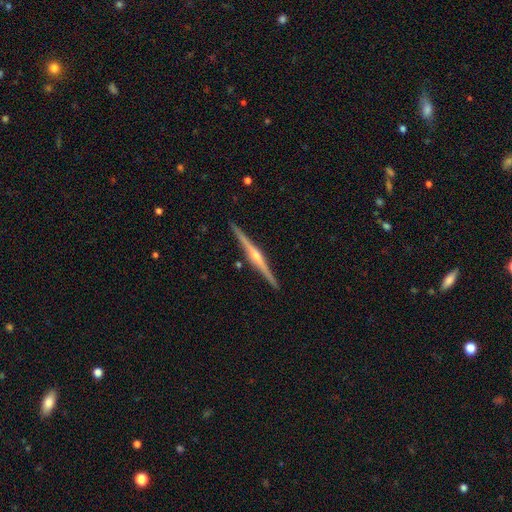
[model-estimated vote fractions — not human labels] smooth-or-featured: featured or disk: 86% | smooth: 10% | star or artifact: 5%
  disk-edge-on: yes: 99% | no: 1%
    edge-on-bulge: rounded: 87% | none: 7% | boxy: 6%
  merging: none: 92% | minor disturbance: 5% | merger: 1% | major disturbance: 1%